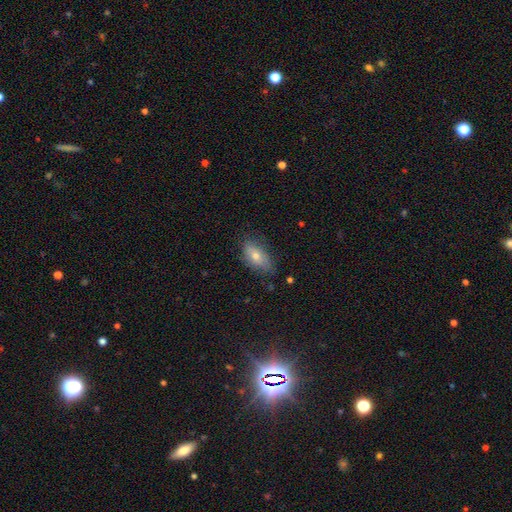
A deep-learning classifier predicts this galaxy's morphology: smooth-or-featured: smooth: 62% | featured or disk: 26% | star or artifact: 12%
  how-rounded: in between: 87% | cigar-shaped: 7% | round: 6%
  merging: none: 70% | minor disturbance: 23% | major disturbance: 5% | merger: 2%